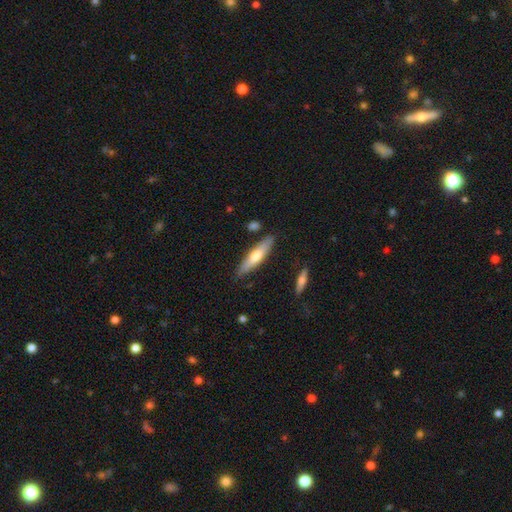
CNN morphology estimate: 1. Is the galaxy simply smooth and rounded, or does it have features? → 57% smooth, 38% featured or disk, 5% star or artifact.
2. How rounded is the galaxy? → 76% cigar-shaped, 23% in between, 2% round.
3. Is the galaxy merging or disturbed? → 84% none, 11% minor disturbance, 3% merger, 2% major disturbance.